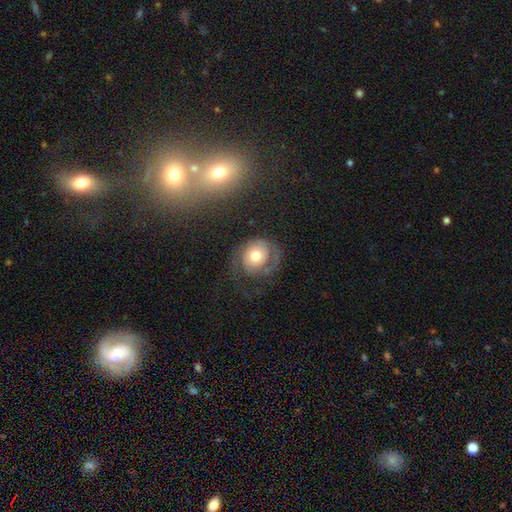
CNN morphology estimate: Overall: featured or disk (68%). Edge-on disk: no (97%). Bar: no (79%). Spiral arms: yes (89%). Spiral arm count: 2 (53%; 1 32%). Spiral winding: tight (42%; medium 37%). Bulge size: moderate (66%). Merging: none (55%; major disturbance 24%).